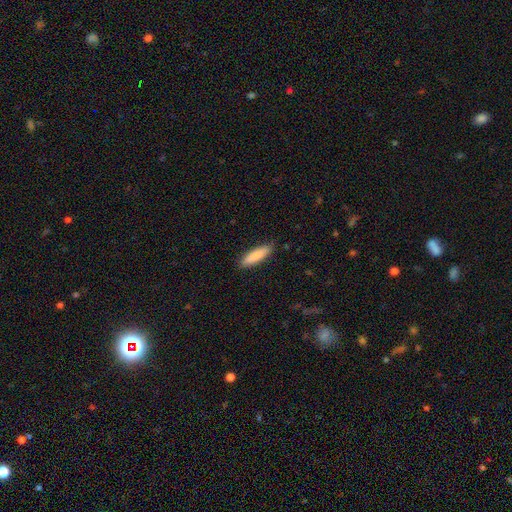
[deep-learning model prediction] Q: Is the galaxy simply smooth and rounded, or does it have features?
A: smooth — 85%.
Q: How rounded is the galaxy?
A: cigar-shaped — 62%.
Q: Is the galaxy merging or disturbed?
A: none — 88%.